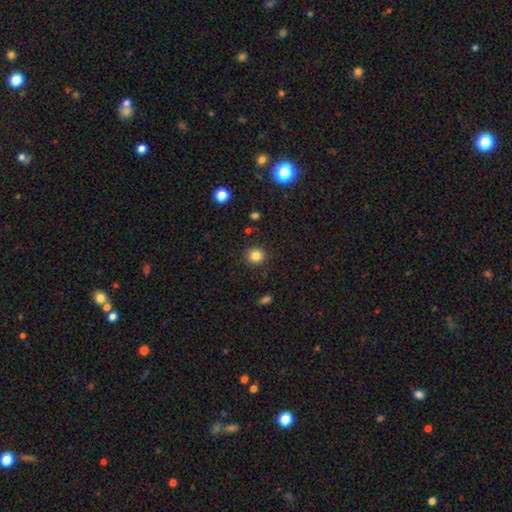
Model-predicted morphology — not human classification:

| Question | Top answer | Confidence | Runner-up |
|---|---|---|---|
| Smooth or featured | smooth | 83% | star or artifact (12%) |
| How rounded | round | 89% | in between (10%) |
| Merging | none | 90% | minor disturbance (7%) |